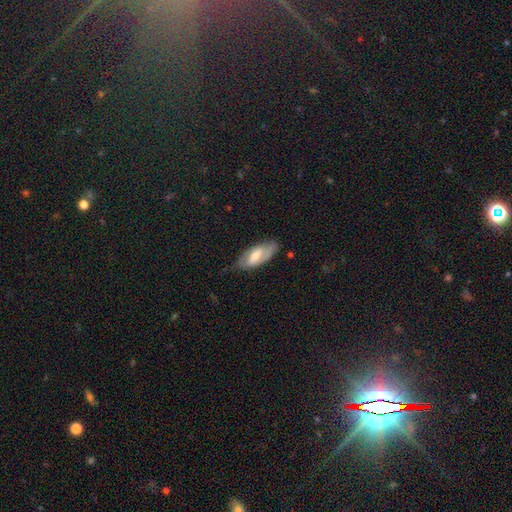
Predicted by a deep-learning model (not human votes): Morphology: type=featured or disk (54%); edge-on=no (85%); merging=none (70%).